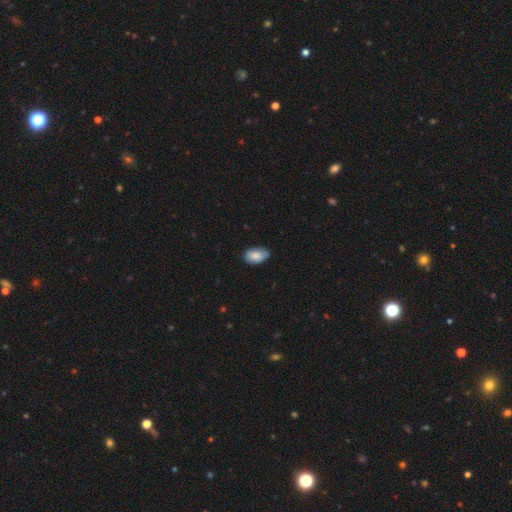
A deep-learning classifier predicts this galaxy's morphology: A smooth galaxy with no disk features (84%) that is in between round and cigar-shaped (92%).

Vote fractions:
- Smooth or featured? smooth: 84% / featured or disk: 10% / star or artifact: 7%
- How rounded? in between: 92% / round: 7% / cigar-shaped: 1%
- Merging? none: 75% / minor disturbance: 21% / major disturbance: 3% / merger: 1%